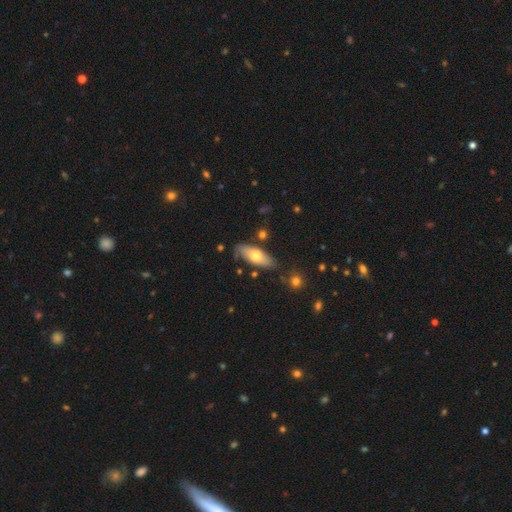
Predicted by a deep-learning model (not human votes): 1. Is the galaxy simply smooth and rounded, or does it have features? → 62% smooth, 32% featured or disk, 6% star or artifact.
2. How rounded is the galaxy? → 75% in between, 22% cigar-shaped, 3% round.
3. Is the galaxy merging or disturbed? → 71% none, 20% minor disturbance, 5% major disturbance, 4% merger.